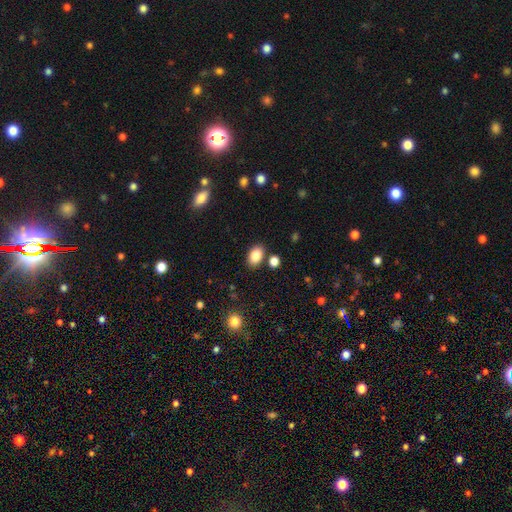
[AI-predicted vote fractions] The model was most divided on "how rounded": in between: 85%, round: 14%, cigar-shaped: 1%. More confident: smooth or featured — smooth (86%); merging — none (82%).